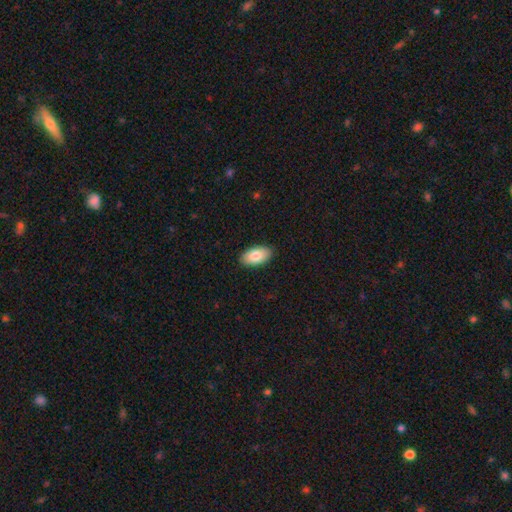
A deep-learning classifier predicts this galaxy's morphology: This is clearly a smooth galaxy (81%). How rounded: clearly in between (95%). Merging: clearly none (90%).